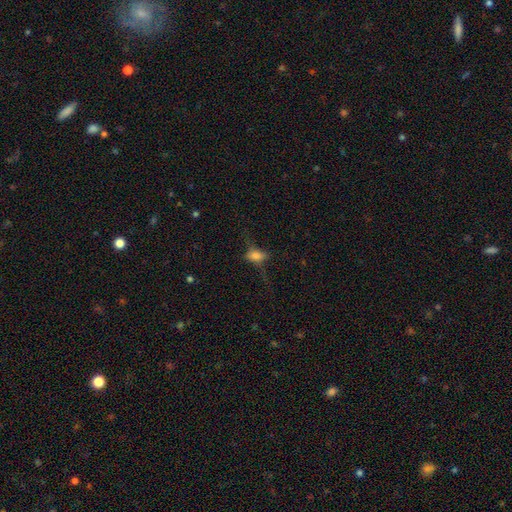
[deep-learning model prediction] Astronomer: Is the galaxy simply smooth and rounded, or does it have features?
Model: smooth — 55% (runner-up: featured or disk, 30%).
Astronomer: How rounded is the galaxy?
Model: in between — 74%.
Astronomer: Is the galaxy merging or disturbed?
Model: none — 50% (runner-up: major disturbance, 25%).